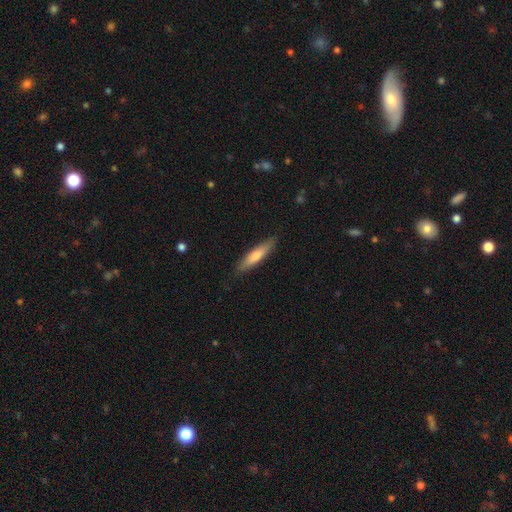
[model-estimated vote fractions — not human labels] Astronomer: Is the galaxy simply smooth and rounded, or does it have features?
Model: smooth — 63%.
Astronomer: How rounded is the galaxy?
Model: cigar-shaped — 84%.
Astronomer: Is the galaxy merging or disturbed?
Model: none — 87%.